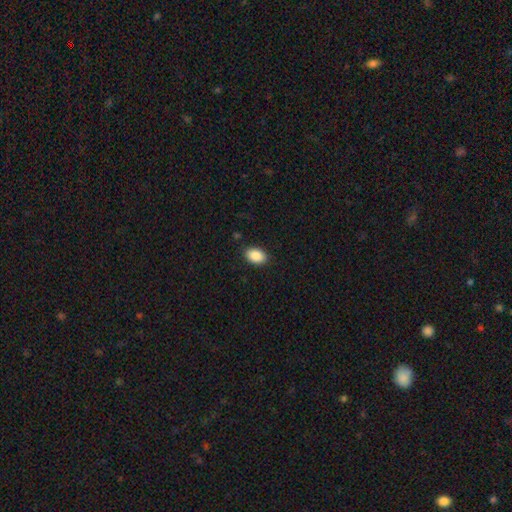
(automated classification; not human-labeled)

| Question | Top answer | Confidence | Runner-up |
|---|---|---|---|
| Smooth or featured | smooth | 89% | star or artifact (7%) |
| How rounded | in between | 90% | round (9%) |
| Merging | none | 88% | minor disturbance (9%) |